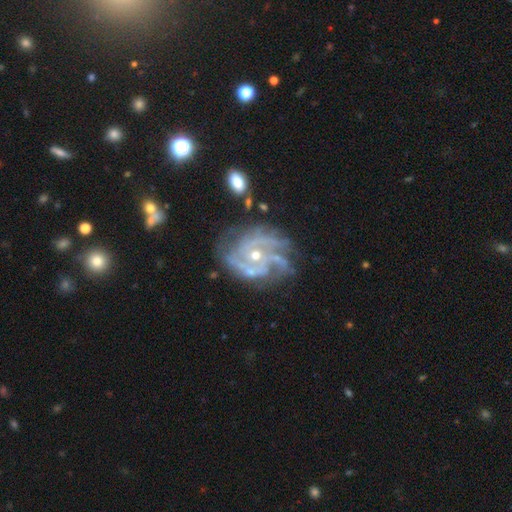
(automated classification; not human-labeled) Smooth or featured: featured or disk — 90% (star or artifact — 6%)
Edge-on disk: no — 97% (yes — 3%)
Bar: no — 72% (weak — 22%)
Spiral arms: yes — 96% (no — 4%)
Spiral winding: tight — 51% (medium — 40%)
Spiral arm count: 3 — 32% (can't tell — 19%)
Bulge size: small — 56% (moderate — 41%)
Merging: none — 60% (minor disturbance — 23%)